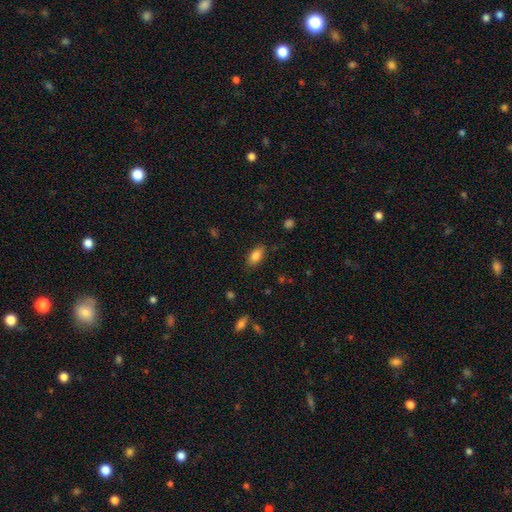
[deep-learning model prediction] smooth_or_featured: smooth (p=0.84) [alt: star or artifact p=0.08]
how_rounded: in between (p=0.90) [alt: cigar-shaped p=0.05]
merging: none (p=0.84) [alt: minor disturbance p=0.12]